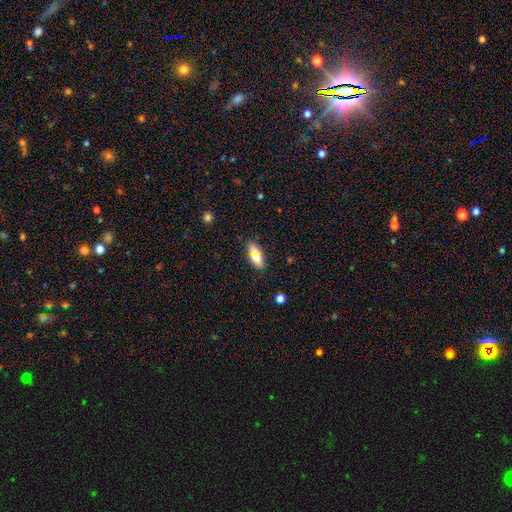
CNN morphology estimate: Smooth or featured: smooth — 72% (featured or disk — 16%)
How rounded: in between — 78% (cigar-shaped — 16%)
Merging: none — 83% (minor disturbance — 10%)